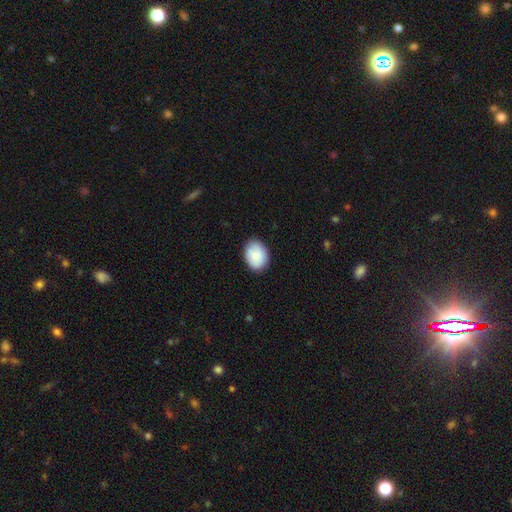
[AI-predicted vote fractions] smooth_or_featured: smooth (p=0.88) [alt: star or artifact p=0.06]
how_rounded: in between (p=0.68) [alt: round p=0.31]
merging: none (p=0.84) [alt: minor disturbance p=0.13]